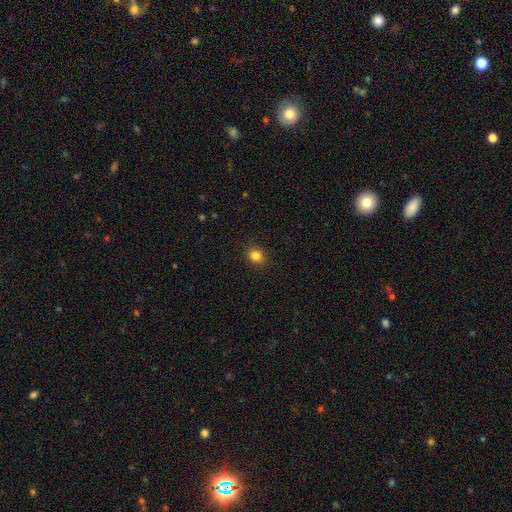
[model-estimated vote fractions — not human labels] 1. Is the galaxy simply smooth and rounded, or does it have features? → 84% smooth, 12% star or artifact, 5% featured or disk.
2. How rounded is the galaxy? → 69% round, 30% in between, 1% cigar-shaped.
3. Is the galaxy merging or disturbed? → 91% none, 6% minor disturbance, 2% major disturbance, 1% merger.